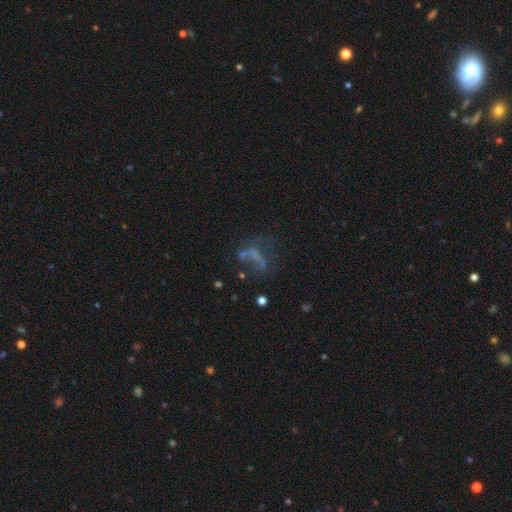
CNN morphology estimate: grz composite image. It shows a featured or disk galaxy (43%). Merging: none (37%).